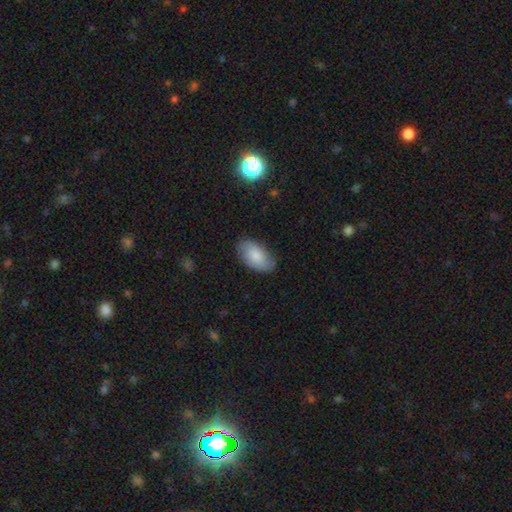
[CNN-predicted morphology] A smooth galaxy with no disk features (75%) that is in between round and cigar-shaped (94%).

Vote fractions:
- Smooth or featured? smooth: 75% / featured or disk: 18% / star or artifact: 6%
- How rounded? in between: 94% / round: 4% / cigar-shaped: 2%
- Merging? none: 80% / minor disturbance: 16% / major disturbance: 3% / merger: 1%